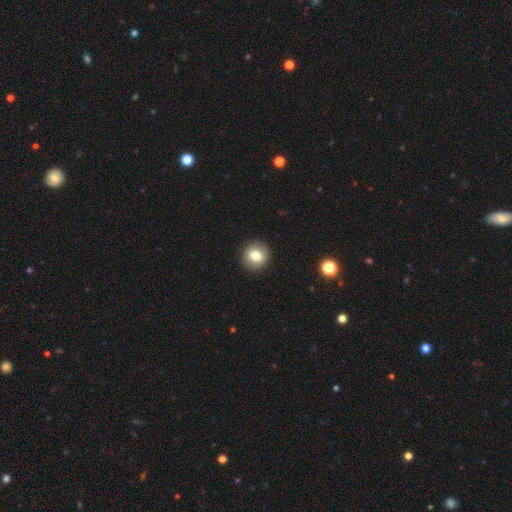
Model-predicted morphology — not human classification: Overall: smooth (78%). How rounded: round (91%). Merging: none (92%).